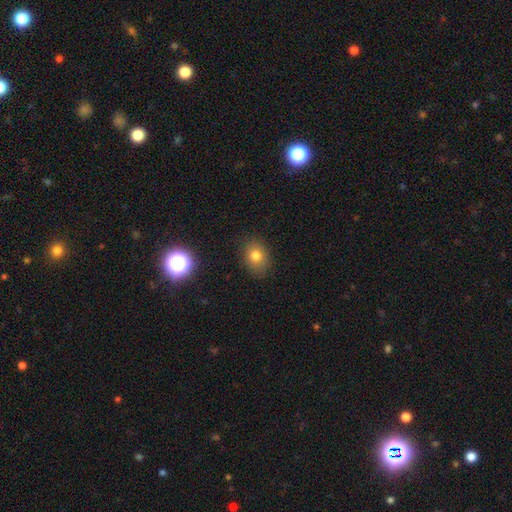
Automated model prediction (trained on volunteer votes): smooth 77%, star or artifact 14%, featured or disk 9%. Down the decision tree: how rounded — in between (53%); merging — none (84%).